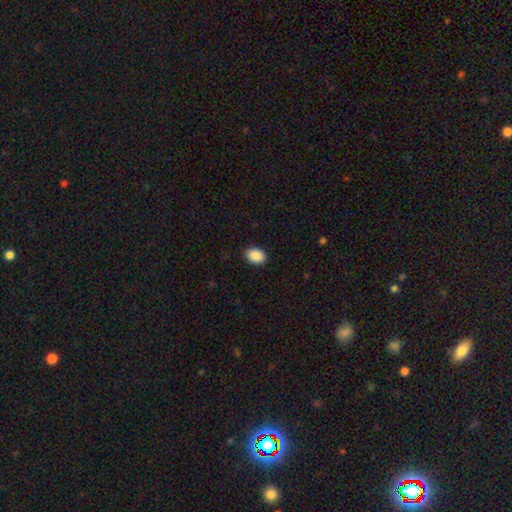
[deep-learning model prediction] Smooth or featured? Predicted: smooth (p=0.90). How rounded? Predicted: in between (p=0.74). Merging? Predicted: none (p=0.90).